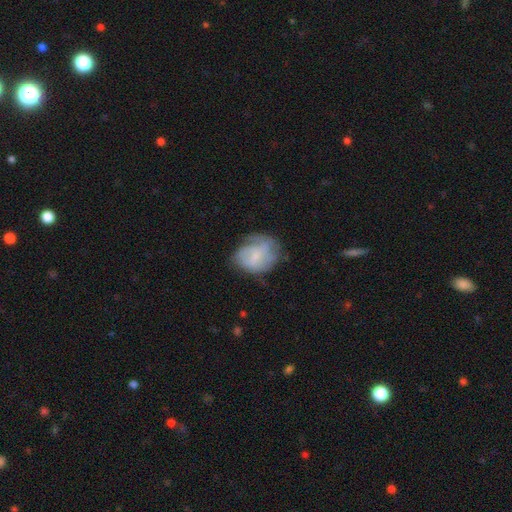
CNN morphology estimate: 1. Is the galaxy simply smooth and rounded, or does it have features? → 50% featured or disk, 42% smooth, 8% star or artifact.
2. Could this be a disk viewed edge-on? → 97% no, 3% yes.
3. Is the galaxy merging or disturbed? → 51% none, 30% minor disturbance, 17% major disturbance, 2% merger.